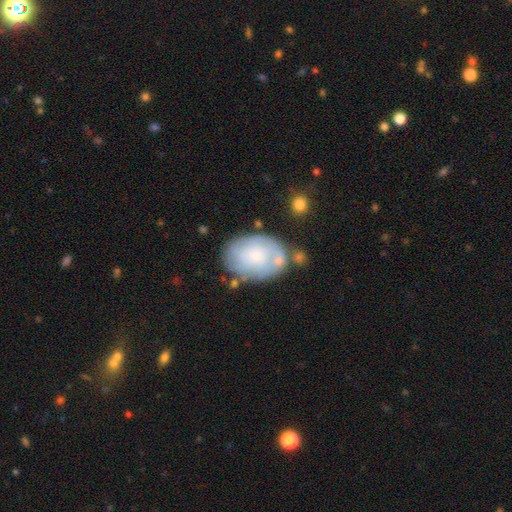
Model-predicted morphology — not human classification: Smooth or featured? Predicted: smooth (p=0.47). Merging? Predicted: none (p=0.64).